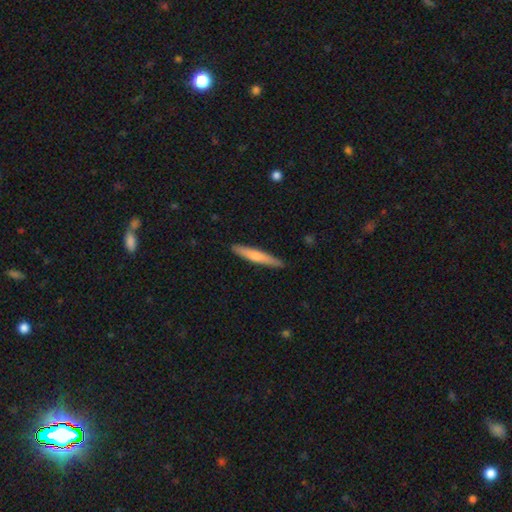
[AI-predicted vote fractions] This appears to be a smooth galaxy with no disk features (64%) that is cigar-shaped (93%). Merging: none (88%).